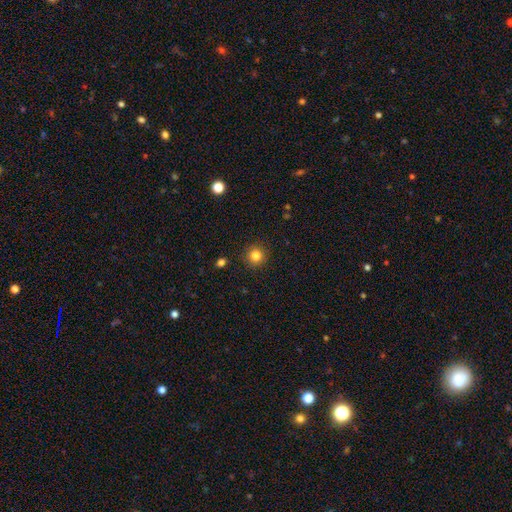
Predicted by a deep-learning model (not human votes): This is clearly a smooth galaxy (83%). How rounded: clearly round (94%). Merging: clearly none (91%).